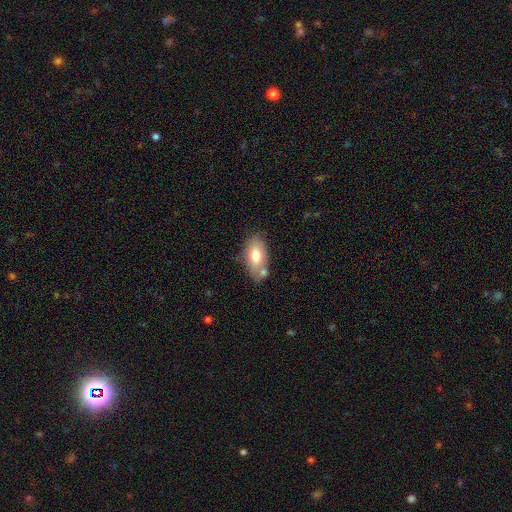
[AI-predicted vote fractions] Smooth or featured?
  - smooth: 72% *
  - featured or disk: 21%
  - star or artifact: 7%
How rounded?
  - in between: 92% *
  - round: 5%
  - cigar-shaped: 3%
Merging?
  - none: 58% *
  - merger: 19%
  - minor disturbance: 19%
  - major disturbance: 4%